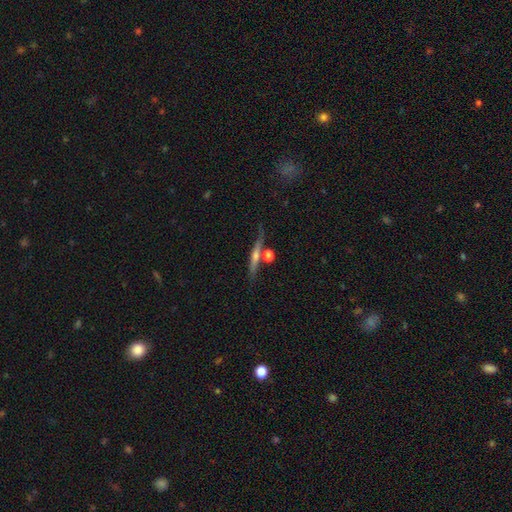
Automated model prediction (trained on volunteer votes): This is possibly a featured or disk galaxy (56%). It is clearly viewed edge-on (93%). Edge-on bulge: likely rounded (65%). Merging: likely none (69%).